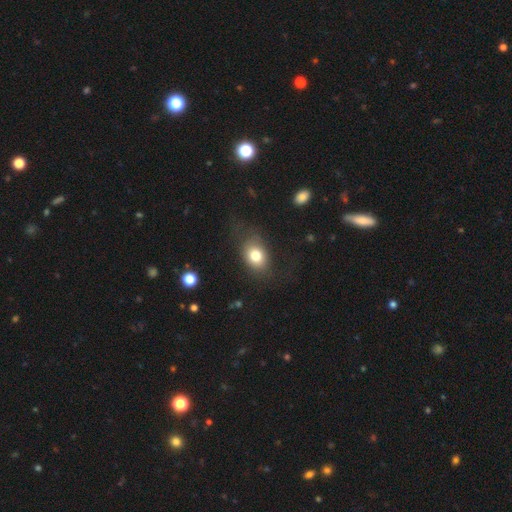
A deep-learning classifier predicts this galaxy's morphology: The model was most divided on "how rounded": in between: 63%, round: 35%, cigar-shaped: 1%. More confident: smooth or featured — smooth (76%); merging — none (64%).